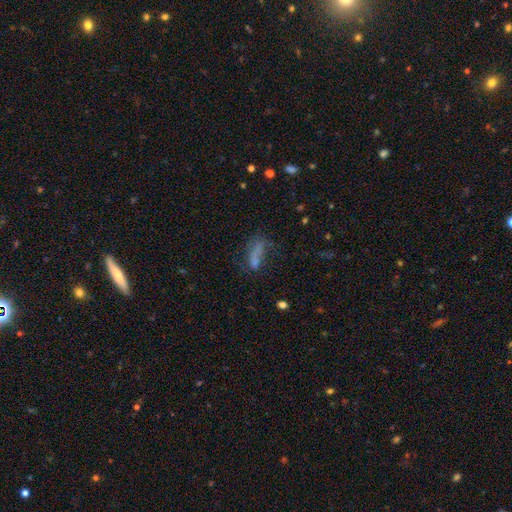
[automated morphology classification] A smooth galaxy with no disk features (58%) that is in between round and cigar-shaped (51%).

Vote fractions:
- Smooth or featured? smooth: 58% / featured or disk: 23% / star or artifact: 19%
- How rounded? in between: 51% / cigar-shaped: 45% / round: 5%
- Merging? none: 36% / major disturbance: 33% / minor disturbance: 23% / merger: 9%